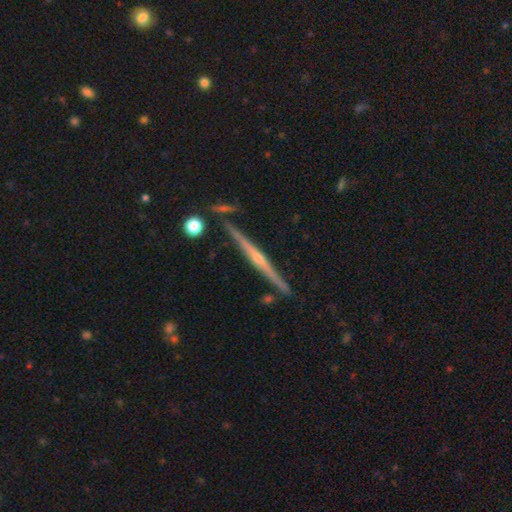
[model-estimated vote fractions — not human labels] This appears to be a featured or disk galaxy (79%) viewed edge-on (98%) with a rounded central bulge (68%). Merging: none (85%).